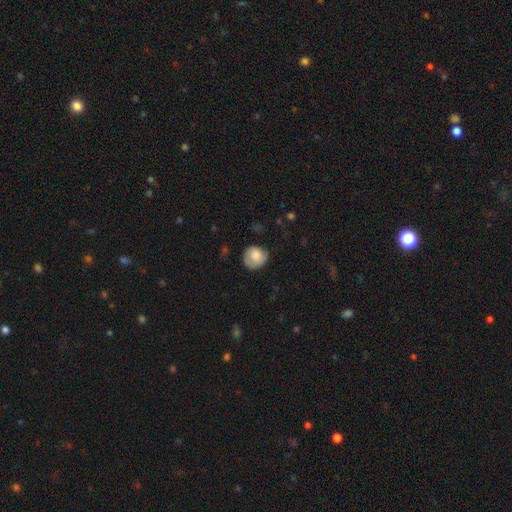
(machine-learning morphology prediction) Smooth or featured: smooth — 75% (featured or disk — 18%)
How rounded: round — 80% (in between — 19%)
Merging: none — 63% (minor disturbance — 26%)